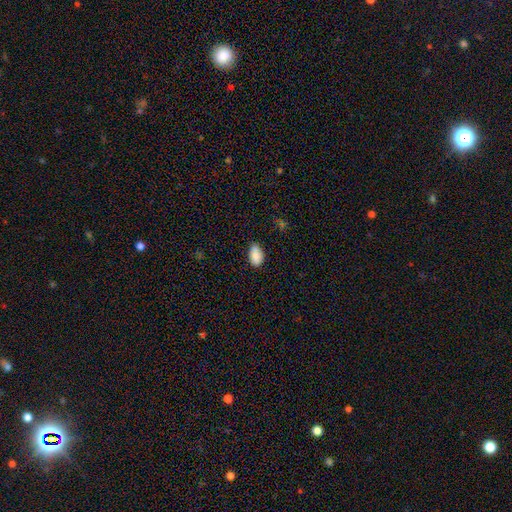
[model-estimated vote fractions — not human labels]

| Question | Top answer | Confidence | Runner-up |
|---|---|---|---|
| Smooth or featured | smooth | 87% | star or artifact (8%) |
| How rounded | in between | 92% | round (6%) |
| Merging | none | 67% | minor disturbance (26%) |